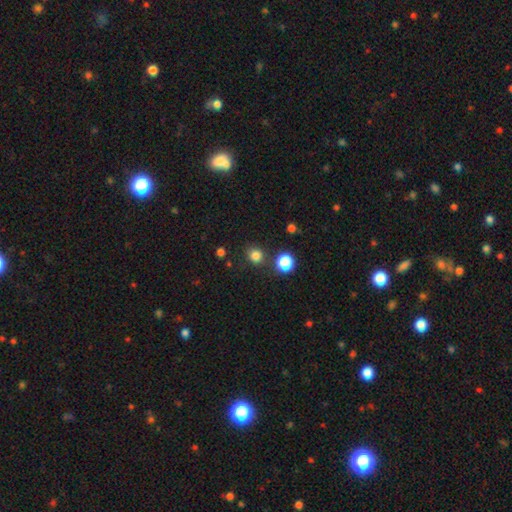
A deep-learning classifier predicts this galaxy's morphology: Smooth or featured: smooth — 80% (star or artifact — 15%)
How rounded: round — 85% (in between — 15%)
Merging: none — 81% (minor disturbance — 9%)